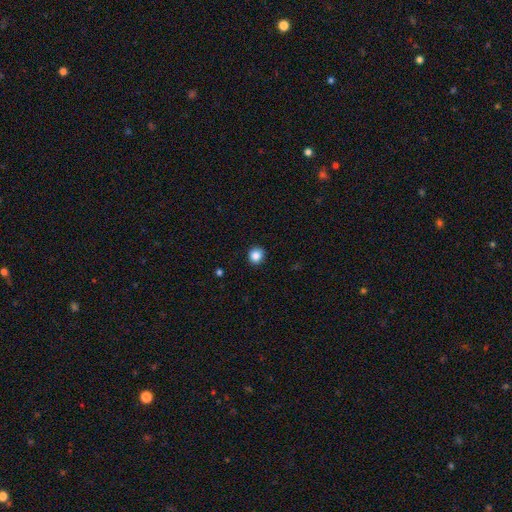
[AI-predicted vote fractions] smooth_or_featured: smooth (p=0.86) [alt: star or artifact p=0.10]
how_rounded: round (p=0.84) [alt: in between p=0.15]
merging: none (p=0.90) [alt: minor disturbance p=0.07]